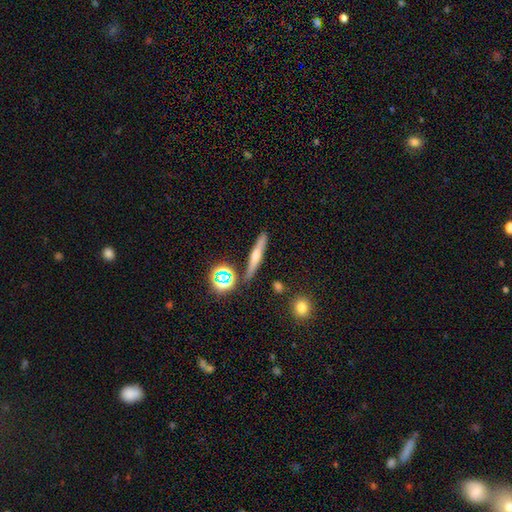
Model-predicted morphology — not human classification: Overall: featured or disk (51%; smooth 37%). Edge-on disk: yes (93%). Merging: none (86%).